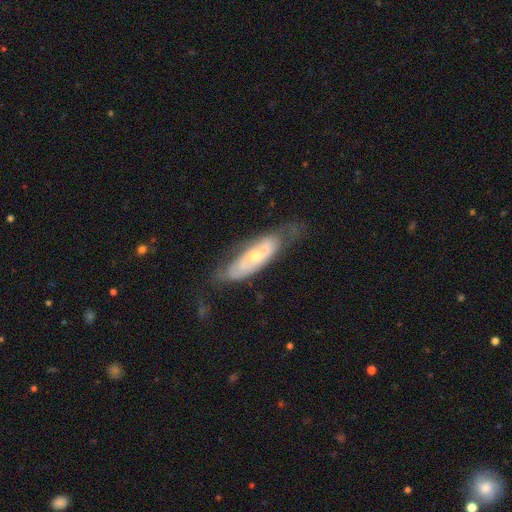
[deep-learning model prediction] Smooth or featured: featured or disk — 69% (smooth — 25%)
Edge-on disk: no — 82% (yes — 18%)
Bar: no — 74% (weak — 21%)
Spiral arms: yes — 60% (no — 40%)
Bulge size: small — 49% (moderate — 46%)
Merging: none — 53% (minor disturbance — 27%)